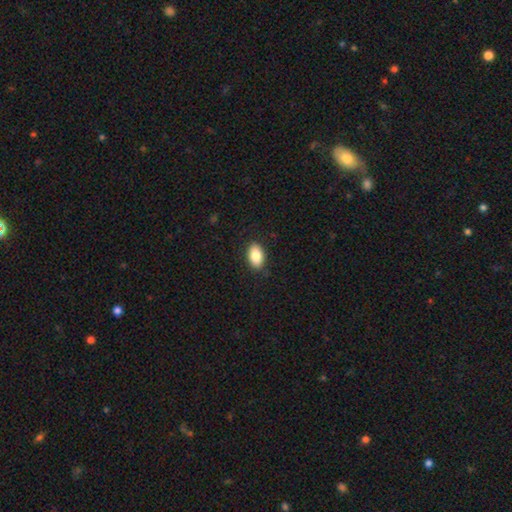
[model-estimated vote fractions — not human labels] Morphology: type=smooth (85%); roundness=in between (91%); merging=none (88%).